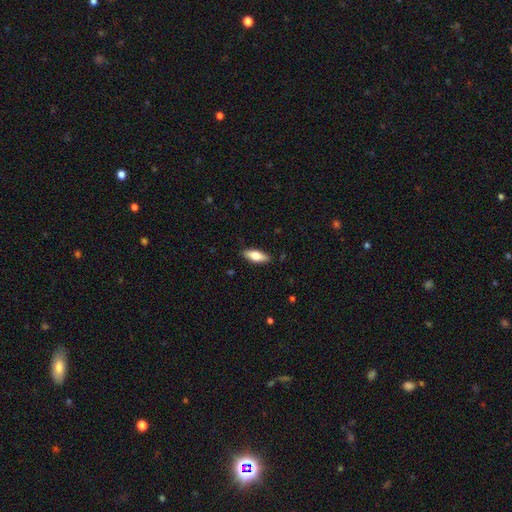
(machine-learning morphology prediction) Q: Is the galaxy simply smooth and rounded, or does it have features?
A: smooth — 71%.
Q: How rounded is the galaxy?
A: in between — 70%.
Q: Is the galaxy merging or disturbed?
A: none — 88%.